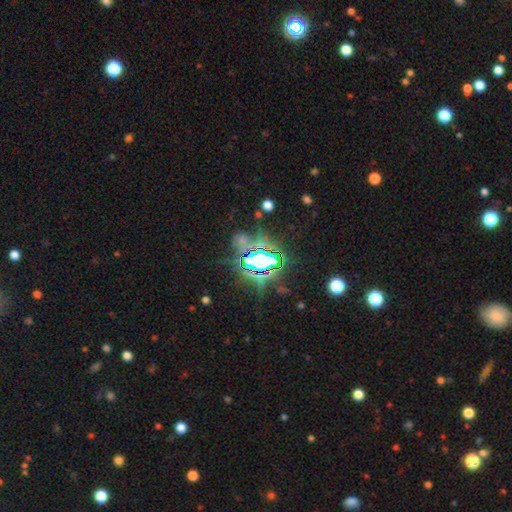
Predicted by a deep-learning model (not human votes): smooth_or_featured: star or artifact (p=0.77) [alt: smooth p=0.12]